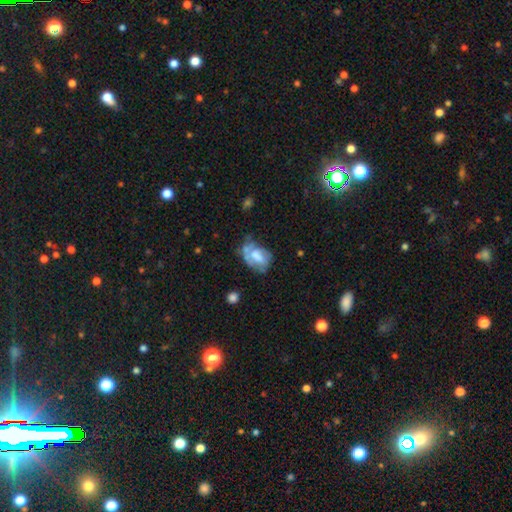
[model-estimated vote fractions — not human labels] This is possibly a featured or disk galaxy (46%). Merging: marginally none (33%).